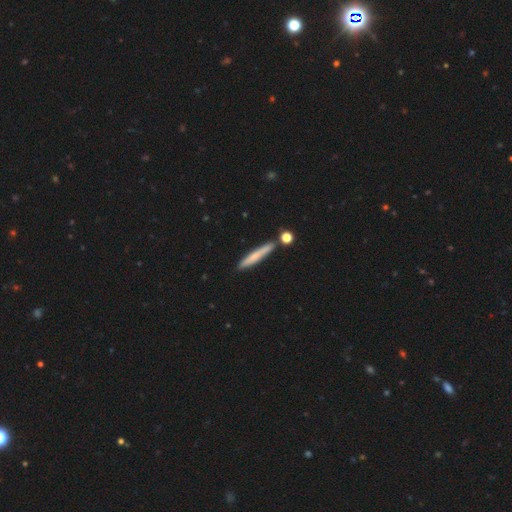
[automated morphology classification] A smooth galaxy with no disk features (64%) that is cigar-shaped (94%). Merging: none (83%).